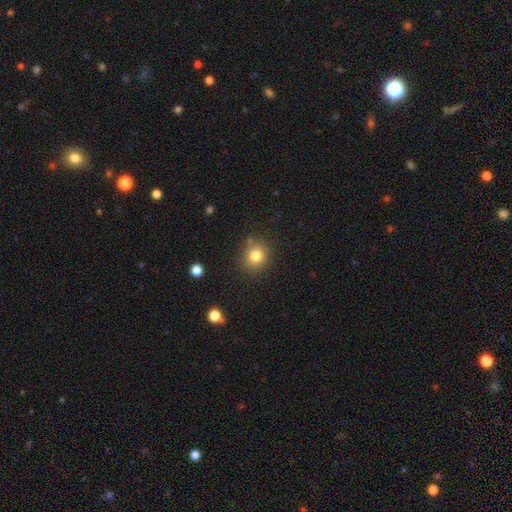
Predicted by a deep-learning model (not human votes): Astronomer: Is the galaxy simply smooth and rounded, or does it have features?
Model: smooth — 81%.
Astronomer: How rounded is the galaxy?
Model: round — 83%.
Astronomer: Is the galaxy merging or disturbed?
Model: none — 83%.